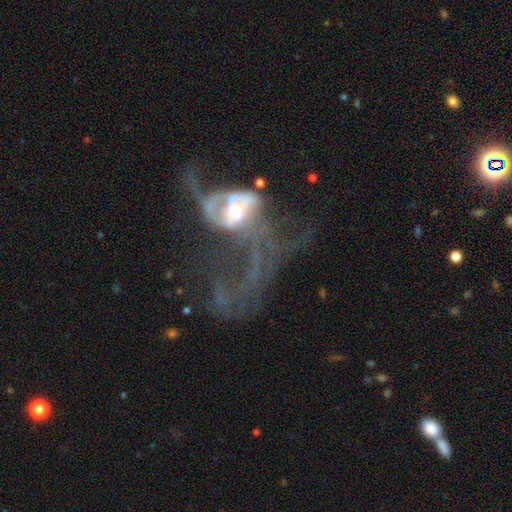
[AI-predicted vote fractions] The model was most divided on "spiral arms": yes: 64%, no: 36%. More confident: edge-on disk — no (95%); smooth or featured — featured or disk (76%); bulge size — moderate (64%); bar — no (64%); merging — major disturbance (62%).